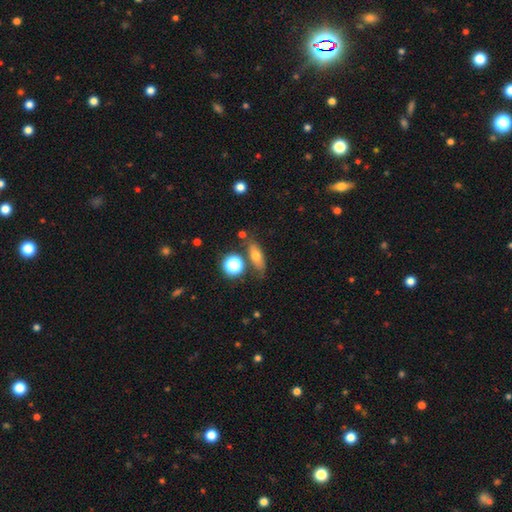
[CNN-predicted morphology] Smooth or featured? Predicted: smooth (p=0.65). How rounded? Predicted: in between (p=0.57). Merging? Predicted: none (p=0.70).